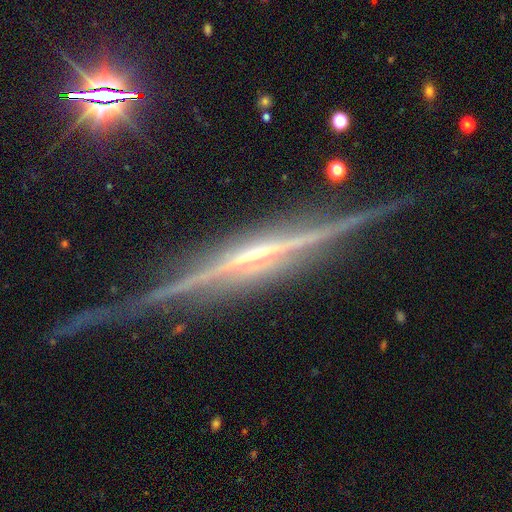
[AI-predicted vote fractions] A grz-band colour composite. It shows a featured or disk galaxy (89%) viewed edge-on (98%) with a rounded central bulge (42%). Merging: none (84%).